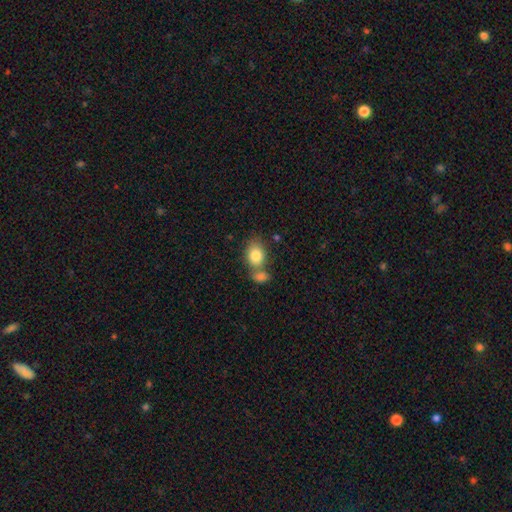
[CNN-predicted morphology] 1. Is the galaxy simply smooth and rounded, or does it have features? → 82% smooth, 10% featured or disk, 8% star or artifact.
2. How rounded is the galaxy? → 65% in between, 33% round, 1% cigar-shaped.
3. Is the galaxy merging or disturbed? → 44% none, 40% merger, 12% minor disturbance, 4% major disturbance.